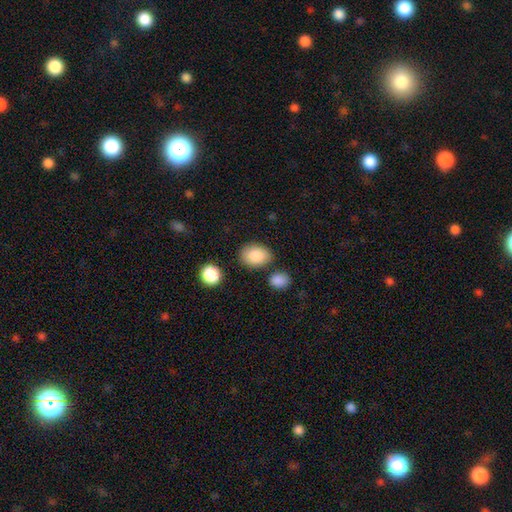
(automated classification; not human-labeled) This appears to be a smooth galaxy with no disk features (86%) that is in between round and cigar-shaped (74%). Merging: none (76%).